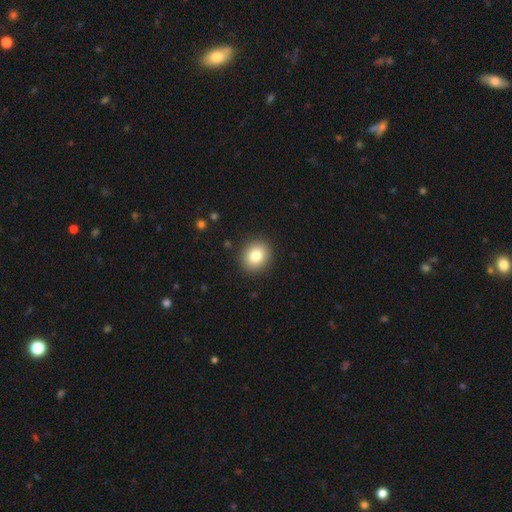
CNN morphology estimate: This is clearly a smooth galaxy (82%). How rounded: likely round (69%). Merging: clearly none (90%).